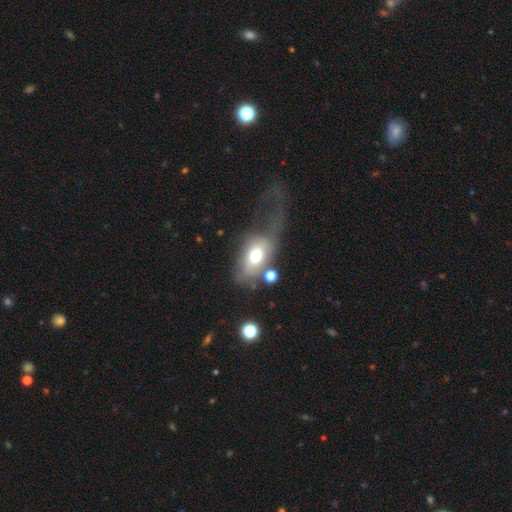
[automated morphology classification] smooth 64%, featured or disk 26%, star or artifact 10%. Down the decision tree: how rounded — in between (80%); merging — major disturbance (50%).